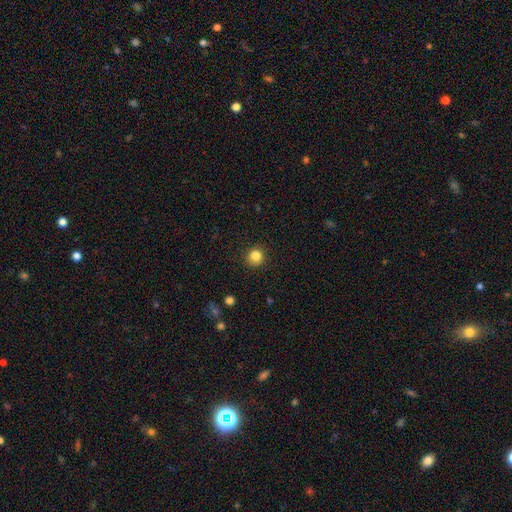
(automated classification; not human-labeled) smooth_or_featured: smooth (p=0.84) [alt: star or artifact p=0.11]
how_rounded: round (p=0.91) [alt: in between p=0.08]
merging: none (p=0.89) [alt: minor disturbance p=0.08]